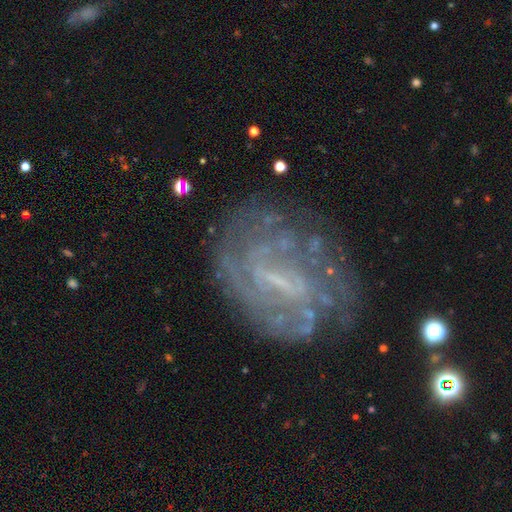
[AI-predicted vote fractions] Smooth or featured? Predicted: featured or disk (p=0.78). Edge-on disk? Predicted: no (p=0.97). Bar? Predicted: weak (p=0.49). Spiral arms? Predicted: yes (p=0.78). Spiral winding? Predicted: tight (p=0.51). Spiral arm count? Predicted: can't tell (p=0.53). Bulge size? Predicted: small (p=0.48). Merging? Predicted: none (p=0.67).